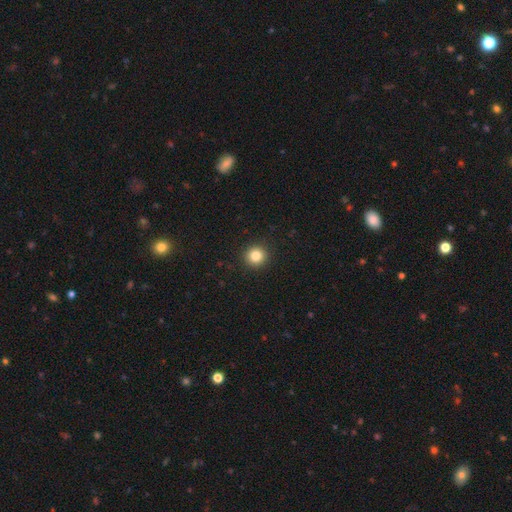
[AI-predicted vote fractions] Overall: smooth (84%). How rounded: round (94%). Merging: none (93%).